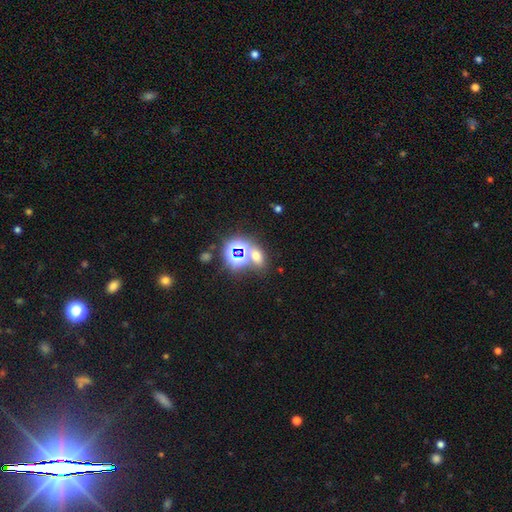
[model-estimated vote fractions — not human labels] The model was most divided on "smooth or featured": smooth: 47%, star or artifact: 44%, featured or disk: 10%. More confident: merging — none (65%).